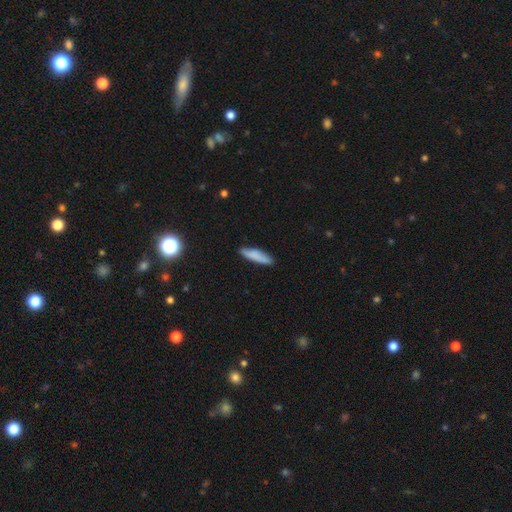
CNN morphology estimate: Smooth or featured: smooth — 83% (featured or disk — 11%)
How rounded: cigar-shaped — 74% (in between — 25%)
Merging: none — 84% (minor disturbance — 13%)